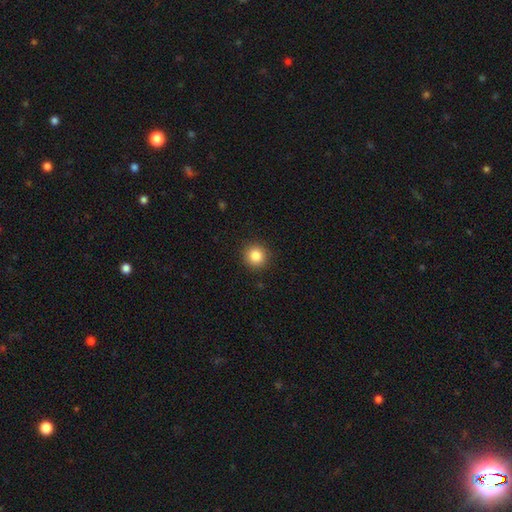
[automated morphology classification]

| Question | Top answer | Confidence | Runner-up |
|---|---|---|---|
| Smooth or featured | smooth | 85% | star or artifact (10%) |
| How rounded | round | 93% | in between (6%) |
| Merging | none | 91% | minor disturbance (6%) |